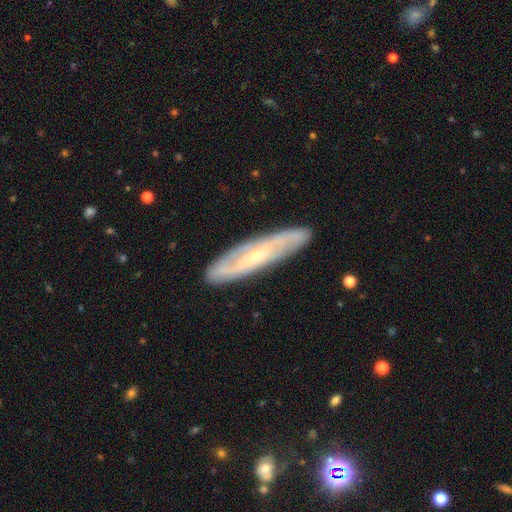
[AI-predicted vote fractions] Smooth or featured: featured or disk — 72% (smooth — 21%)
Edge-on disk: no — 62% (yes — 38%)
Merging: none — 86% (minor disturbance — 10%)